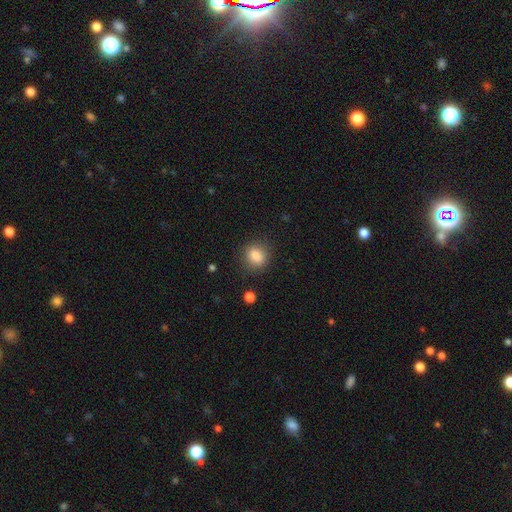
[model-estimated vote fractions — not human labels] smooth_or_featured: smooth (p=0.85) [alt: star or artifact p=0.10]
how_rounded: round (p=0.59) [alt: in between p=0.39]
merging: none (p=0.84) [alt: minor disturbance p=0.11]